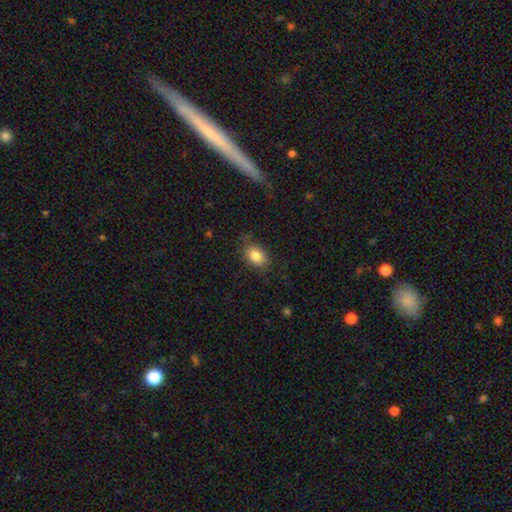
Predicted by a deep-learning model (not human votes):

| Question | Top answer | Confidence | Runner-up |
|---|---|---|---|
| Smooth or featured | smooth | 85% | star or artifact (8%) |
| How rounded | in between | 82% | round (16%) |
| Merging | none | 75% | minor disturbance (19%) |